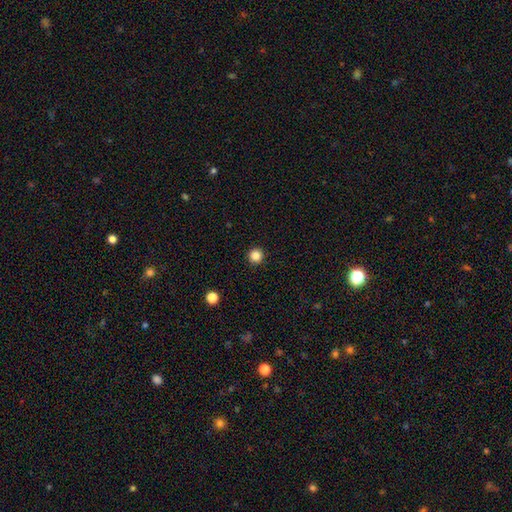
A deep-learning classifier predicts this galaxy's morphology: Smooth or featured?
  - smooth: 85% *
  - star or artifact: 12%
  - featured or disk: 3%
How rounded?
  - round: 96% *
  - in between: 3%
  - cigar-shaped: 1%
Merging?
  - none: 93% *
  - minor disturbance: 4%
  - major disturbance: 1%
  - merger: 1%